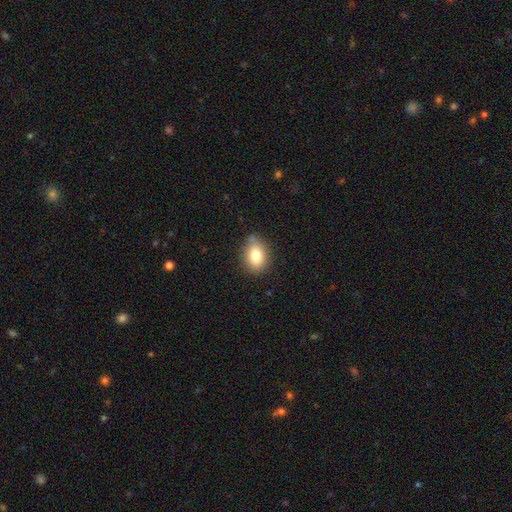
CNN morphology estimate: A smooth galaxy with no disk features (80%) that is in between round and cigar-shaped (68%).

Vote fractions:
- Smooth or featured? smooth: 80% / featured or disk: 10% / star or artifact: 9%
- How rounded? in between: 68% / round: 30% / cigar-shaped: 1%
- Merging? none: 74% / minor disturbance: 20% / major disturbance: 3% / merger: 3%